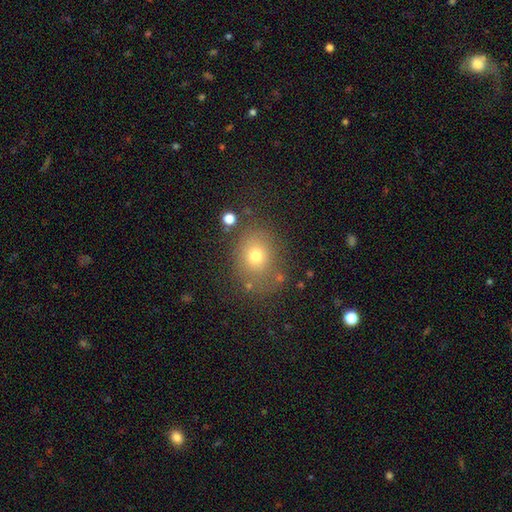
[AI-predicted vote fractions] The model was most divided on "how rounded": round: 56%, in between: 43%, cigar-shaped: 1%. More confident: smooth or featured — smooth (72%); merging — none (71%).